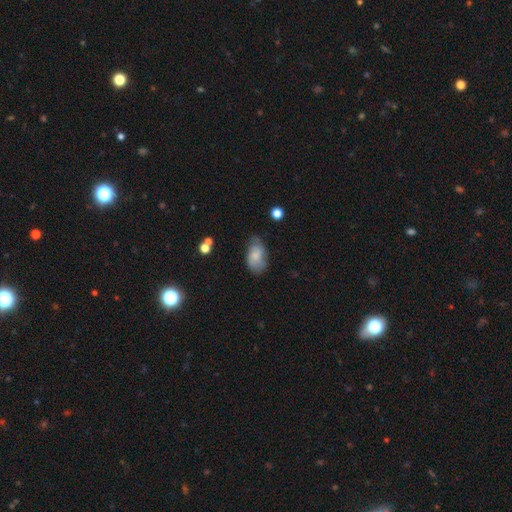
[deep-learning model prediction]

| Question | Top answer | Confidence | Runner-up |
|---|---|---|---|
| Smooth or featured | smooth | 70% | featured or disk (23%) |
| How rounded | in between | 92% | round (7%) |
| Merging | none | 55% | minor disturbance (32%) |